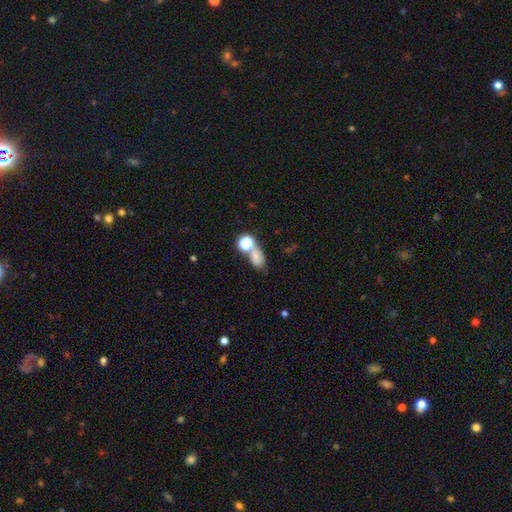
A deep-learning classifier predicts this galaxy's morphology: smooth 69%, star or artifact 19%, featured or disk 12%. Down the decision tree: how rounded — in between (76%); merging — none (43%).